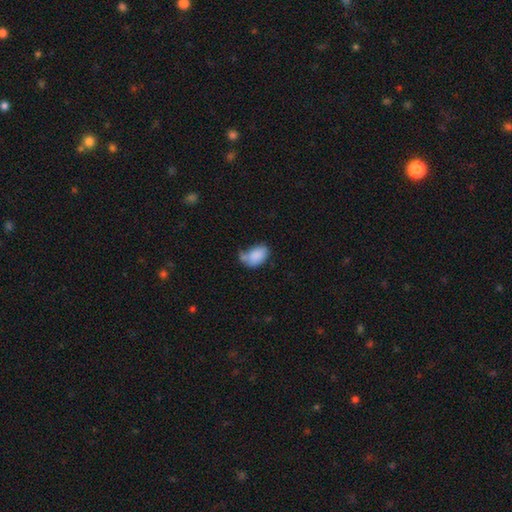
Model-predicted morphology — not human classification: smooth-or-featured: smooth: 84% | featured or disk: 8% | star or artifact: 8%
  how-rounded: in between: 89% | round: 10% | cigar-shaped: 1%
  merging: none: 39% | minor disturbance: 26% | merger: 23% | major disturbance: 13%